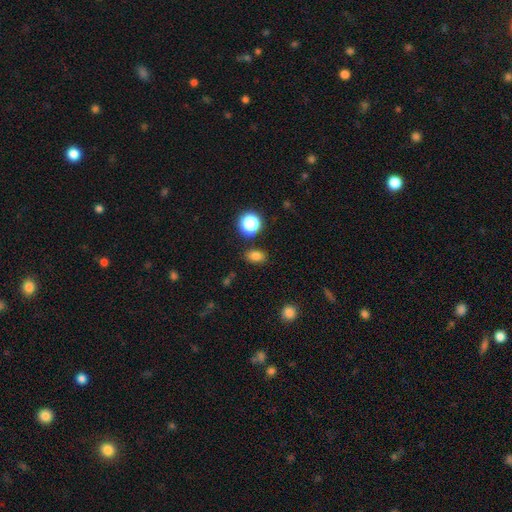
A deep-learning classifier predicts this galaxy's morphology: type=smooth (79%); roundness=in between (75%); merging=none (84%).